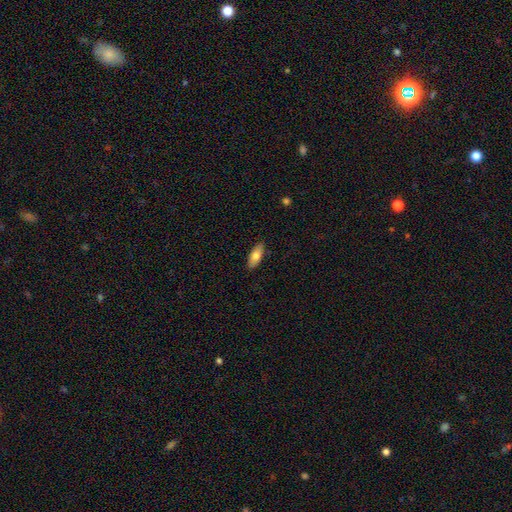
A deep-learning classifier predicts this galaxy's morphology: The model was most divided on "smooth or featured": smooth: 73%, featured or disk: 21%, star or artifact: 6%. More confident: merging — none (88%); how rounded — in between (77%).